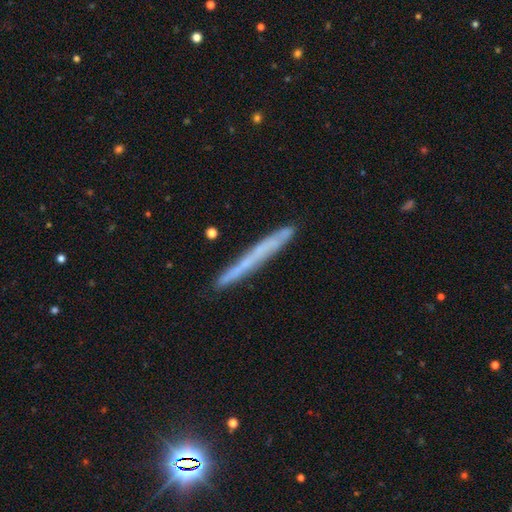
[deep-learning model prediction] featured or disk 46%, smooth 45%, star or artifact 9%. Down the decision tree: merging — none (87%).